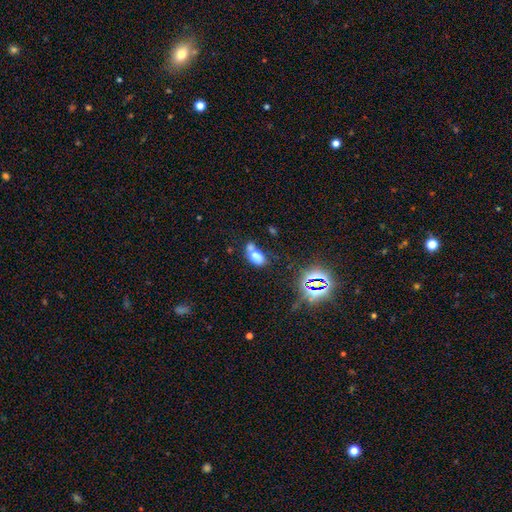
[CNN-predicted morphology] Smooth or featured: smooth — 69% (star or artifact — 16%)
How rounded: in between — 85% (round — 12%)
Merging: merger — 47% (none — 31%)